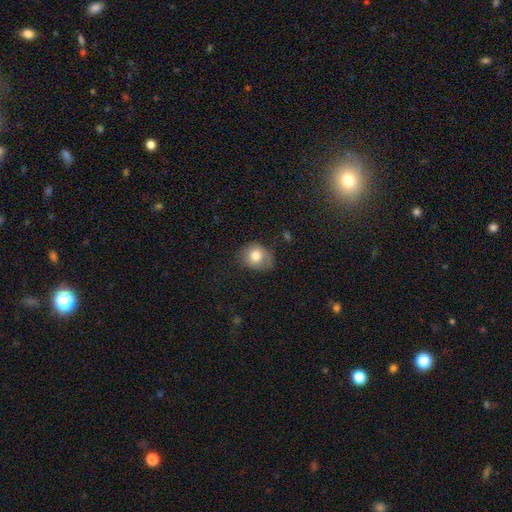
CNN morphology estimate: smooth 77%, featured or disk 13%, star or artifact 9%. Down the decision tree: how rounded — round (56%); merging — none (60%).